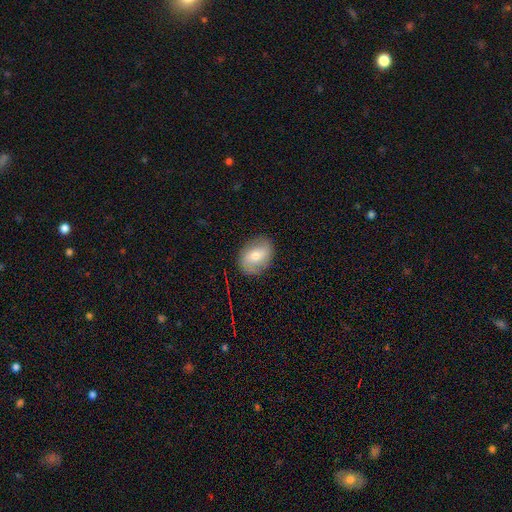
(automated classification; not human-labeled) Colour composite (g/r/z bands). It shows a smooth galaxy with no disk features (54%) that is in between round and cigar-shaped (68%). Merging: none (83%).